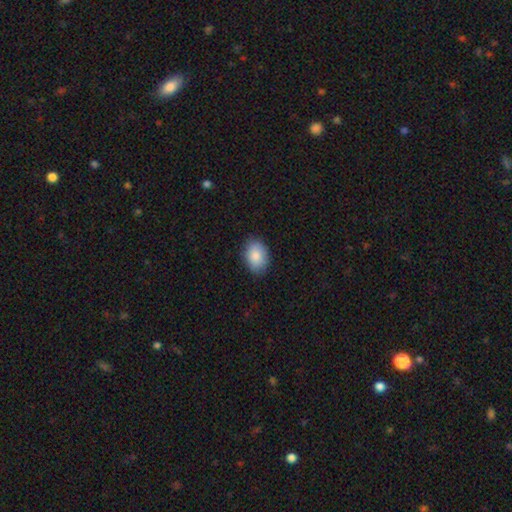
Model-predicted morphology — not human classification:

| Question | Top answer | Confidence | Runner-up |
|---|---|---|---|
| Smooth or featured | smooth | 87% | star or artifact (7%) |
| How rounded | in between | 83% | round (16%) |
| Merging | none | 85% | minor disturbance (12%) |